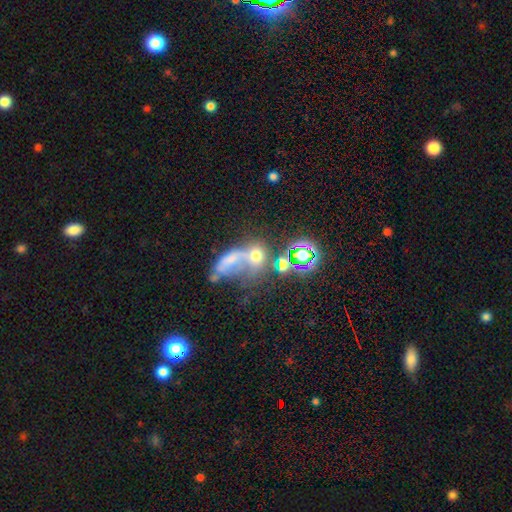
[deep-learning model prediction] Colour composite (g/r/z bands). It shows a smooth galaxy with no disk features (49%). Merging: merger (48%).